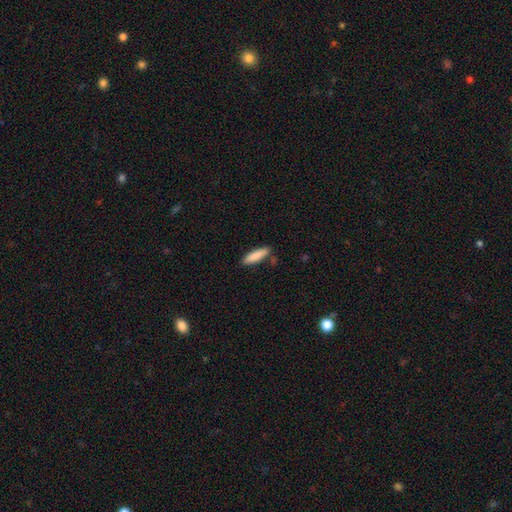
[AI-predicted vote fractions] This is clearly a smooth galaxy (85%). How rounded: likely cigar-shaped (69%). Merging: clearly none (82%).